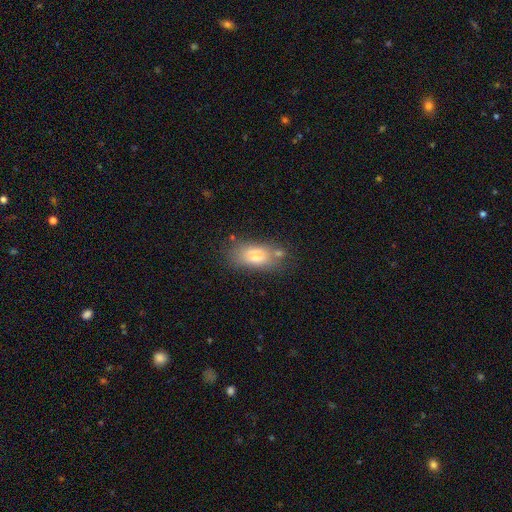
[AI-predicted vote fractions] Overall: smooth (73%). How rounded: in between (85%). Merging: none (62%).